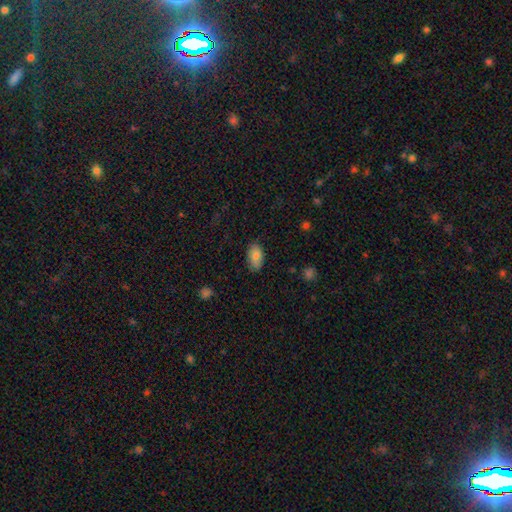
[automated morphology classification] Smooth or featured: smooth — 80% (featured or disk — 13%)
How rounded: in between — 93% (round — 5%)
Merging: none — 81% (minor disturbance — 15%)